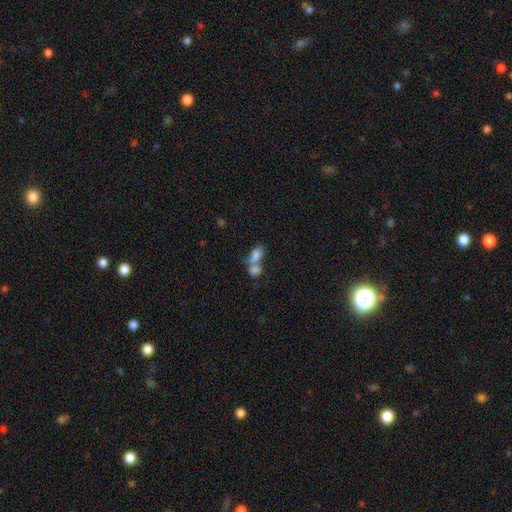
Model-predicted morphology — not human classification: This is likely a smooth galaxy (79%). How rounded: clearly in between (86%). Merging: likely merger (68%).